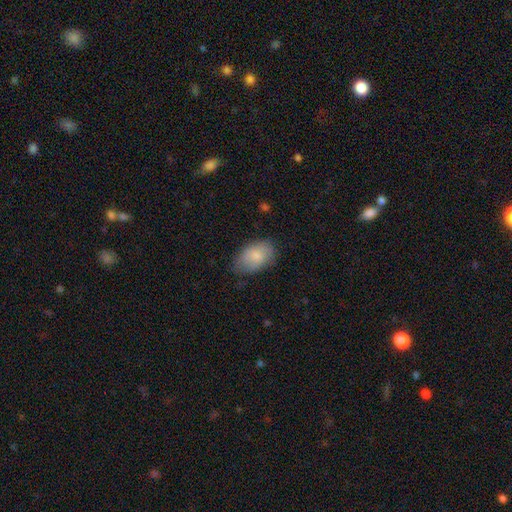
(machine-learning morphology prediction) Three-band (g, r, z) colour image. It shows a smooth galaxy with no disk features (80%) that is in between round and cigar-shaped (90%). Merging: none (68%).